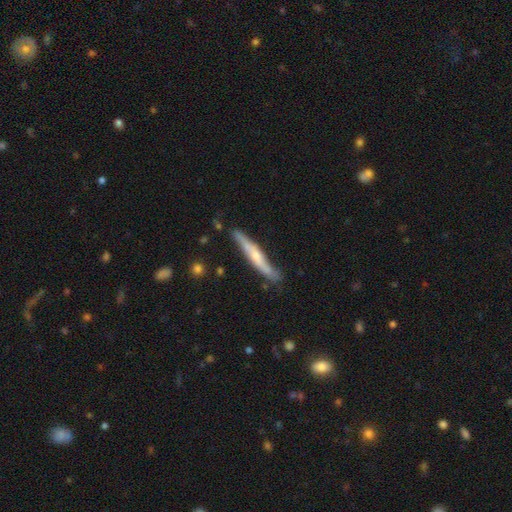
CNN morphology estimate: This appears to be a featured or disk galaxy (61%) viewed edge-on (83%) with a rounded central bulge (62%). Merging: none (70%).